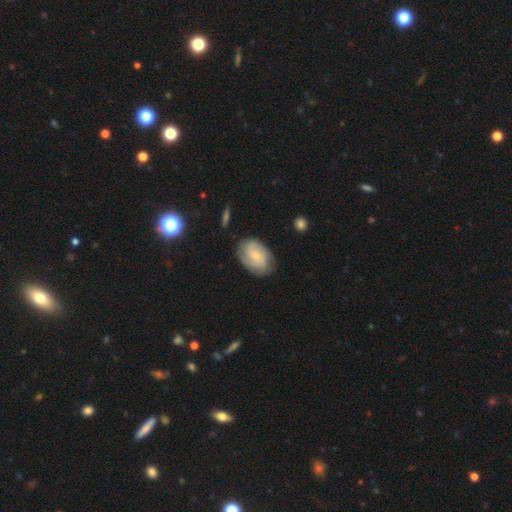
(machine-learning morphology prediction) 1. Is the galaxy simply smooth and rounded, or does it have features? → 63% featured or disk, 31% smooth, 6% star or artifact.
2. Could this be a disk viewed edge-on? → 97% no, 3% yes.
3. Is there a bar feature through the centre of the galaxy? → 63% no, 32% weak, 4% strong.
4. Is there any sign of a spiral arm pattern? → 91% yes, 9% no.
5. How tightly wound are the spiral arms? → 51% tight, 37% medium, 13% loose.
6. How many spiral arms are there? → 42% 2, 28% can't tell, 18% 3, 5% 4, 4% 1, 3% more than 4.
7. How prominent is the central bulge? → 65% small, 27% moderate, 5% none, 2% large, 1% dominant.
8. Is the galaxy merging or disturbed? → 77% none, 17% minor disturbance, 5% major disturbance, 2% merger.